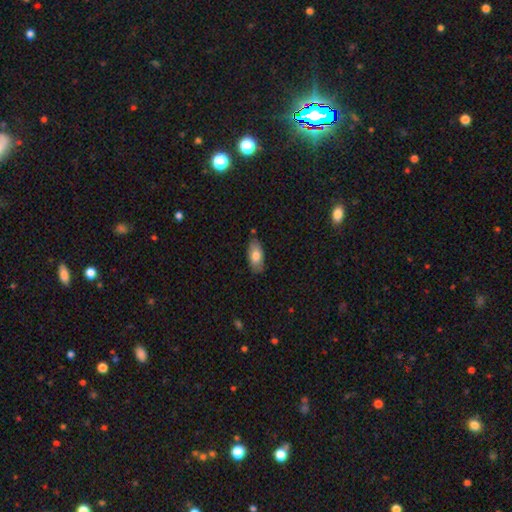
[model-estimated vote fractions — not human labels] A smooth galaxy with no disk features (77%) that is in between round and cigar-shaped (89%). Merging: none (79%).